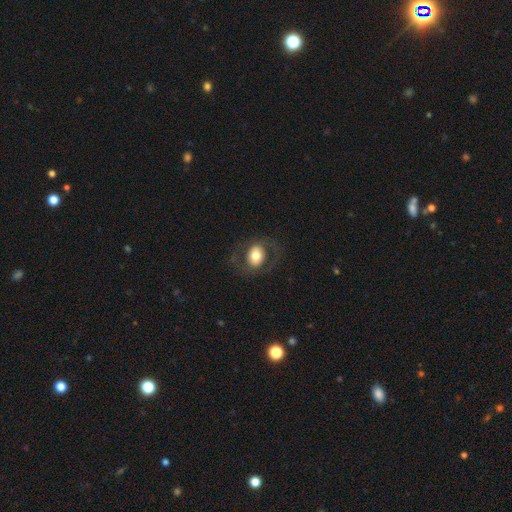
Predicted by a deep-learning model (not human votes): Q: Smooth or featured?
A: smooth (59%); runner-up: featured or disk (34%)
Q: How rounded?
A: in between (57%); runner-up: round (42%)
Q: Merging?
A: none (74%); runner-up: minor disturbance (13%)